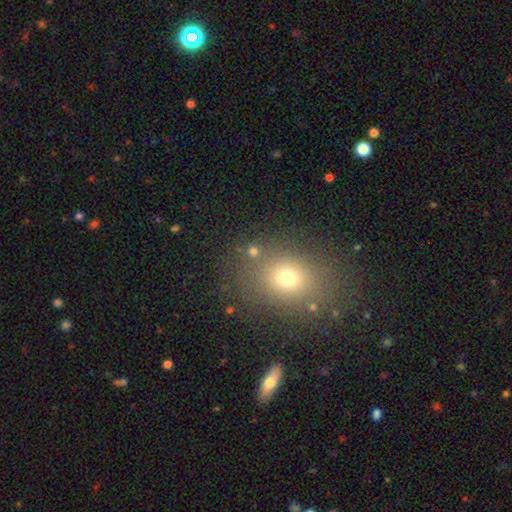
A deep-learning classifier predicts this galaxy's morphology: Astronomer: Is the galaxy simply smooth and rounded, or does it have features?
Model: smooth — 66%.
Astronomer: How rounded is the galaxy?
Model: in between — 51% (runner-up: round, 47%).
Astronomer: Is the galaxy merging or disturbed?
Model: none — 80%.